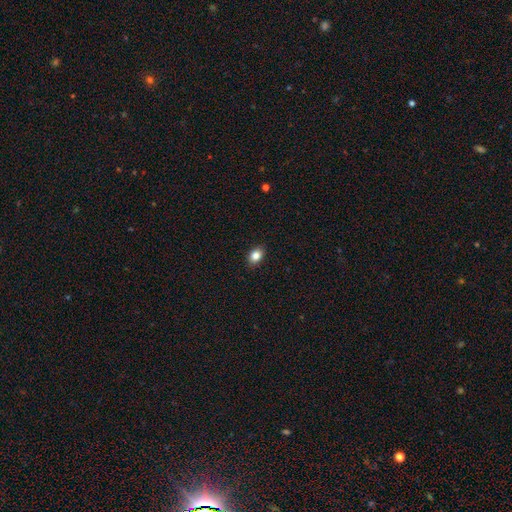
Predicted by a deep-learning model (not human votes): Morphology: type=smooth (85%); roundness=in between (70%); merging=none (89%).